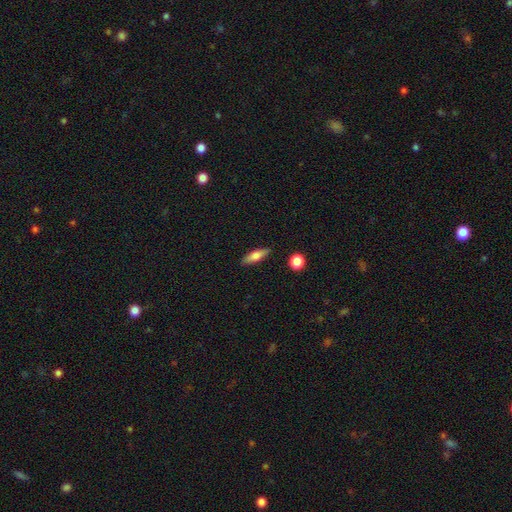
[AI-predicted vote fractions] Q: Smooth or featured?
A: smooth (66%); runner-up: featured or disk (27%)
Q: How rounded?
A: cigar-shaped (53%); runner-up: in between (43%)
Q: Merging?
A: none (87%); runner-up: minor disturbance (9%)